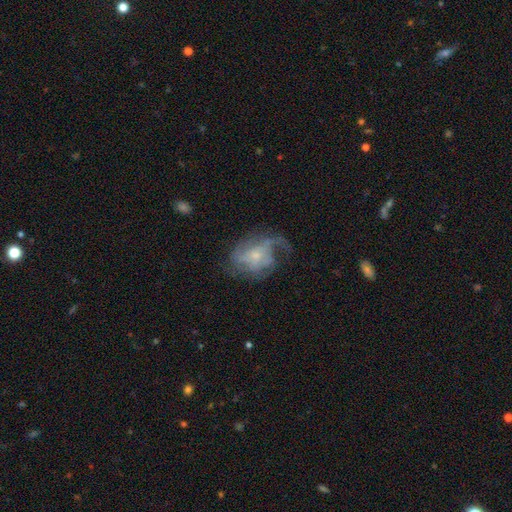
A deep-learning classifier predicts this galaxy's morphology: Smooth or featured: featured or disk — 69% (smooth — 22%)
Edge-on disk: no — 97% (yes — 3%)
Bar: no — 71% (weak — 25%)
Spiral arms: yes — 79% (no — 21%)
Spiral winding: loose — 42% (medium — 37%)
Spiral arm count: can't tell — 35% (2 — 19%)
Bulge size: small — 55% (moderate — 32%)
Merging: none — 42% (major disturbance — 34%)